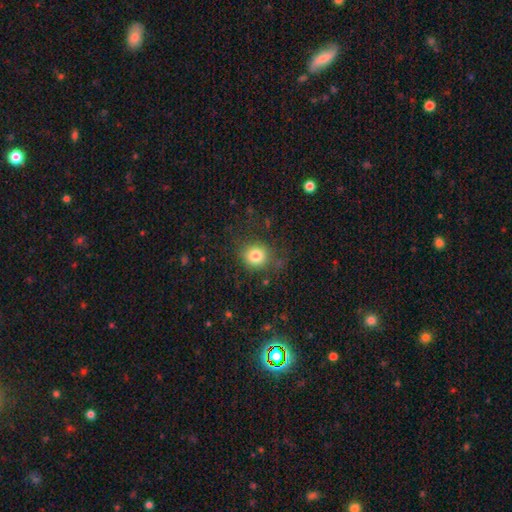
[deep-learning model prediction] smooth-or-featured: smooth: 81% | star or artifact: 12% | featured or disk: 8%
  how-rounded: round: 84% | in between: 15% | cigar-shaped: 1%
  merging: none: 79% | minor disturbance: 13% | major disturbance: 6% | merger: 2%